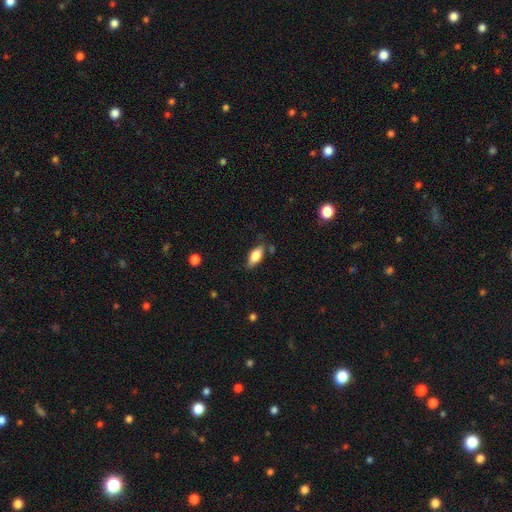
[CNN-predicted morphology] The model was most divided on "merging": none: 73%, minor disturbance: 19%, major disturbance: 4%, merger: 3%. More confident: how rounded — in between (86%); smooth or featured — smooth (79%).